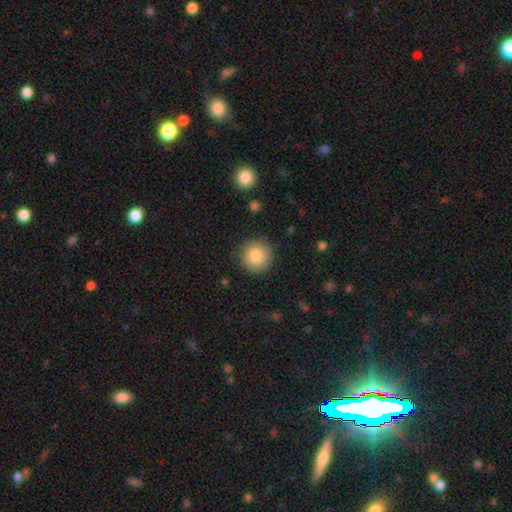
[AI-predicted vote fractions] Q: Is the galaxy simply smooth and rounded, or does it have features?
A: smooth — 83%.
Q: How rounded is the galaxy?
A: round — 94%.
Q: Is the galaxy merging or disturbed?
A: none — 89%.